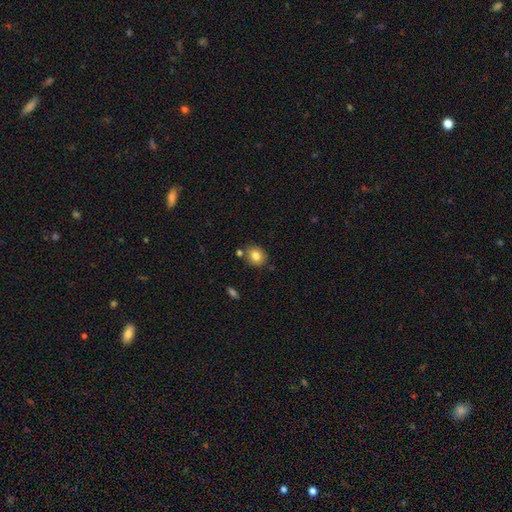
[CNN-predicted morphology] Smooth or featured?
  - smooth: 82% *
  - star or artifact: 10%
  - featured or disk: 9%
How rounded?
  - round: 67% *
  - in between: 33%
  - cigar-shaped: 1%
Merging?
  - none: 78% *
  - minor disturbance: 11%
  - merger: 8%
  - major disturbance: 3%